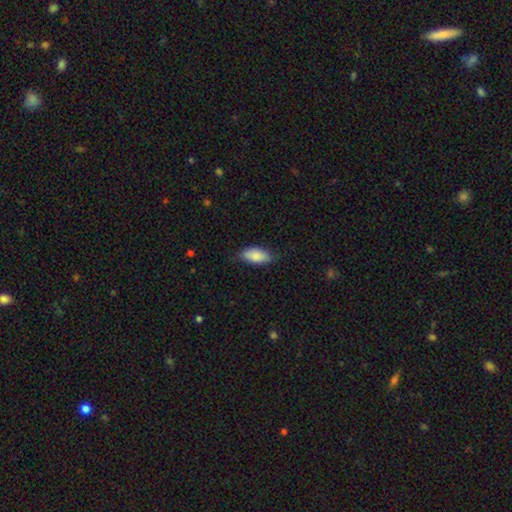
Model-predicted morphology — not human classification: This is clearly a smooth galaxy (84%). How rounded: clearly in between (90%). Merging: likely none (75%).